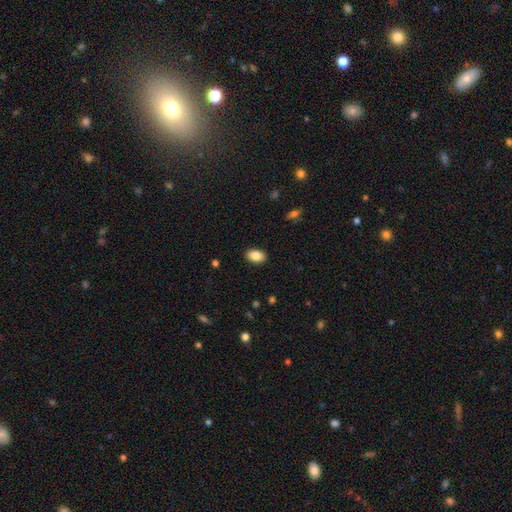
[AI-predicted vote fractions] Smooth or featured? smooth (86%)
How rounded? in between (89%)
Merging? none (89%)